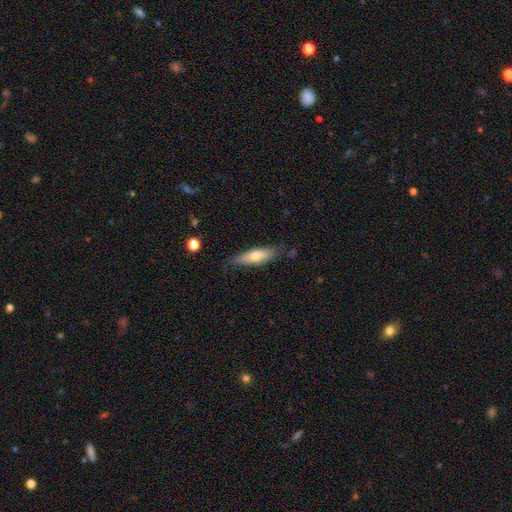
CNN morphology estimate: A smooth galaxy with no disk features (60%) that is cigar-shaped (65%). Merging: none (76%).